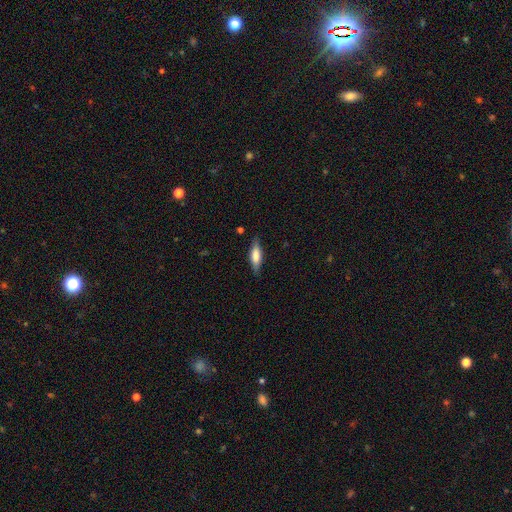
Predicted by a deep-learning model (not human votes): Smooth or featured: smooth — 63% (featured or disk — 30%)
How rounded: cigar-shaped — 53% (in between — 45%)
Merging: none — 83% (minor disturbance — 13%)